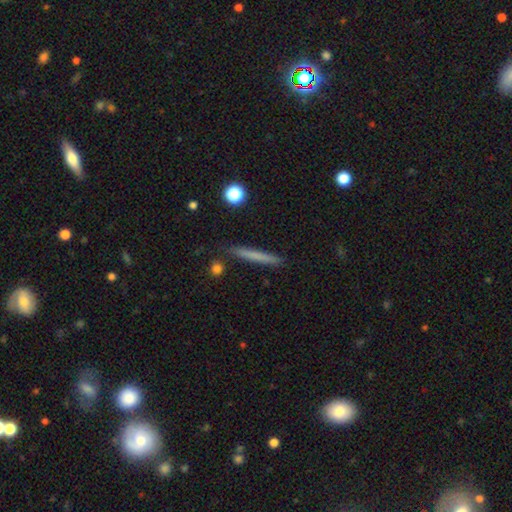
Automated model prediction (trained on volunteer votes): Smooth or featured?
  - smooth: 68% *
  - featured or disk: 25%
  - star or artifact: 7%
How rounded?
  - cigar-shaped: 96% *
  - in between: 3%
  - round: 2%
Merging?
  - none: 88% *
  - minor disturbance: 8%
  - merger: 2%
  - major disturbance: 2%